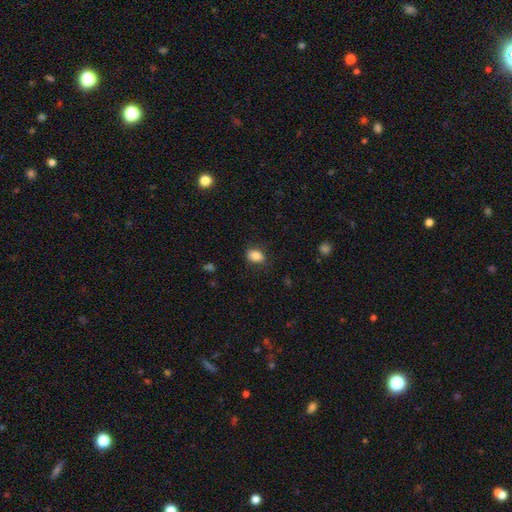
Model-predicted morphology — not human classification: The model was most divided on "how rounded": in between: 81%, round: 18%, cigar-shaped: 1%. More confident: smooth or featured — smooth (85%); merging — none (80%).